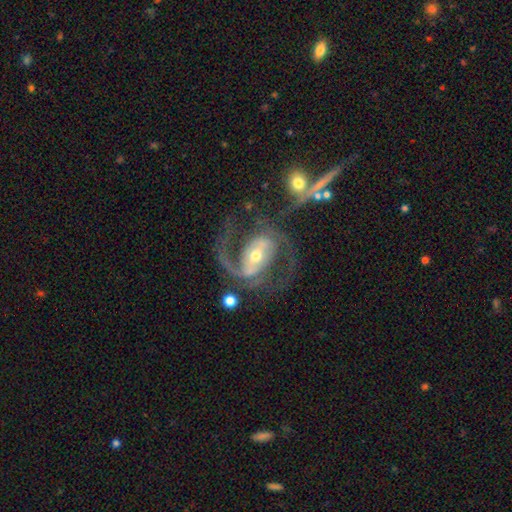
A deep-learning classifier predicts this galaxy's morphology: Smooth or featured: featured or disk — 91% (star or artifact — 5%)
Edge-on disk: no — 97% (yes — 3%)
Bar: strong — 48% (weak — 33%)
Spiral arms: yes — 97% (no — 3%)
Spiral winding: medium — 59% (loose — 26%)
Spiral arm count: 2 — 89% (1 — 3%)
Bulge size: moderate — 59% (small — 34%)
Merging: none — 63% (major disturbance — 17%)